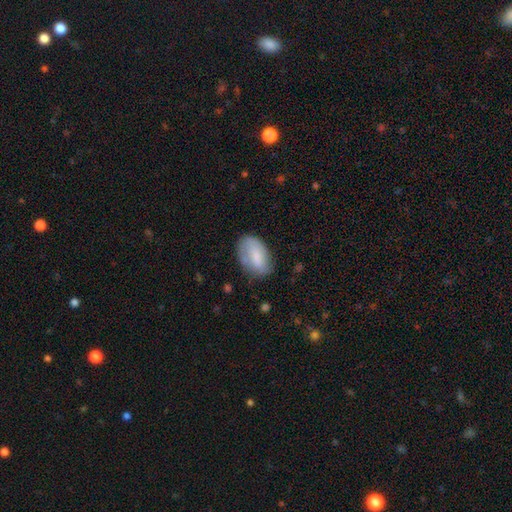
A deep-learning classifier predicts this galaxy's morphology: The model was most divided on "merging": none: 65%, minor disturbance: 25%, major disturbance: 8%, merger: 2%. More confident: how rounded — in between (91%); smooth or featured — smooth (70%).